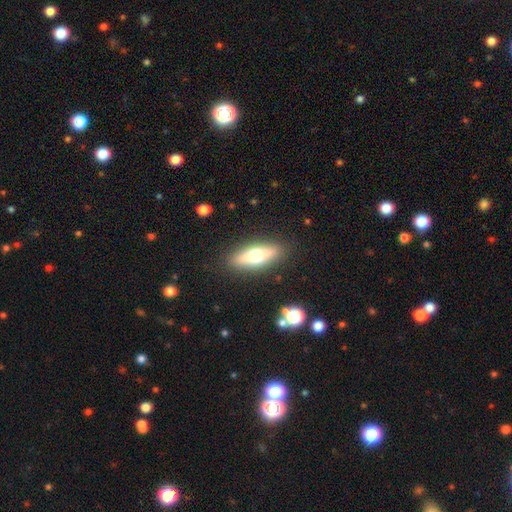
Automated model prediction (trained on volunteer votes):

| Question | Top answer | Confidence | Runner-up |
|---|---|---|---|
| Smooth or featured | smooth | 54% | featured or disk (38%) |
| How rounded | in between | 51% | cigar-shaped (46%) |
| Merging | none | 87% | minor disturbance (9%) |